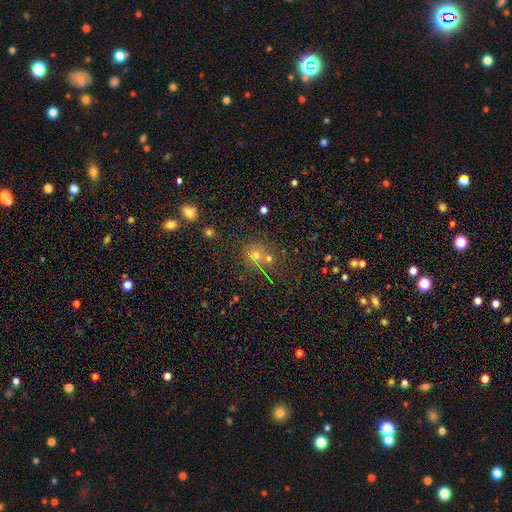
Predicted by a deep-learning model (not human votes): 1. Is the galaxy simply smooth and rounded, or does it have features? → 55% smooth, 32% star or artifact, 13% featured or disk.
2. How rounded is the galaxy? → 82% round, 17% in between, 1% cigar-shaped.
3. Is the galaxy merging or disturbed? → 58% none, 27% merger, 10% minor disturbance, 5% major disturbance.